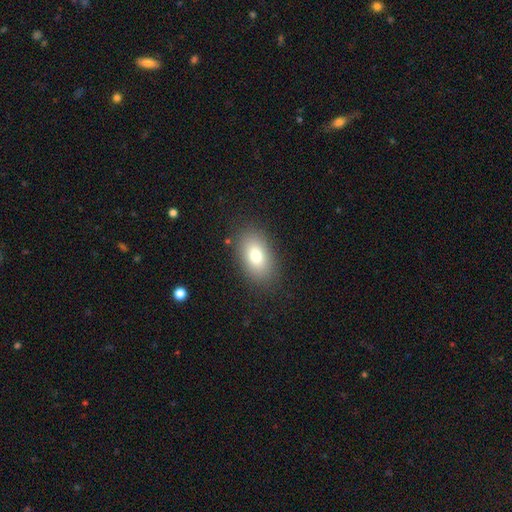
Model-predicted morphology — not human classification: smooth_or_featured: smooth (p=0.78) [alt: featured or disk p=0.12]
how_rounded: in between (p=0.89) [alt: round p=0.09]
merging: none (p=0.85) [alt: minor disturbance p=0.10]